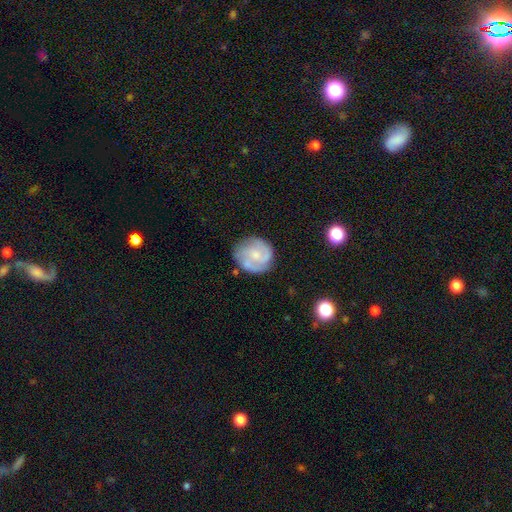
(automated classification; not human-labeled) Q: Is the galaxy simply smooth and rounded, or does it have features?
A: featured or disk — 64%.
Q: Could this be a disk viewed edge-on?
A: no — 98%.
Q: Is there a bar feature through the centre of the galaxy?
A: no — 65%.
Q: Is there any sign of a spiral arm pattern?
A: yes — 85%.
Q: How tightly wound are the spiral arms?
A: medium — 42%.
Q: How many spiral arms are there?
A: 2 — 39%.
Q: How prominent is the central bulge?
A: small — 51%.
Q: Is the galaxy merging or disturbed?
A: none — 70%.